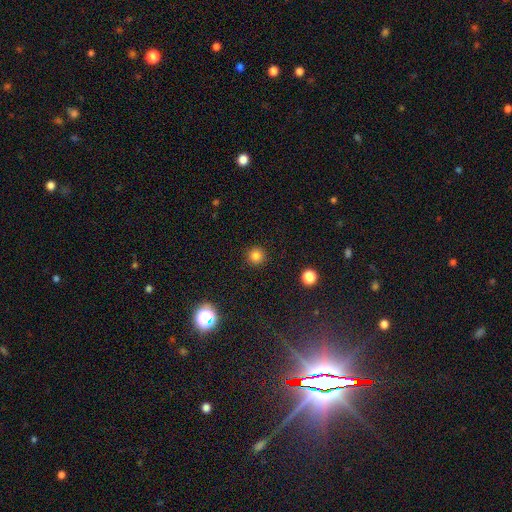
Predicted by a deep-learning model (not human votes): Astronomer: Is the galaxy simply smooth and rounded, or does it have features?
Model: smooth — 82%.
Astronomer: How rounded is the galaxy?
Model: round — 95%.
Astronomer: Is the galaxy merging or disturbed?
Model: none — 92%.